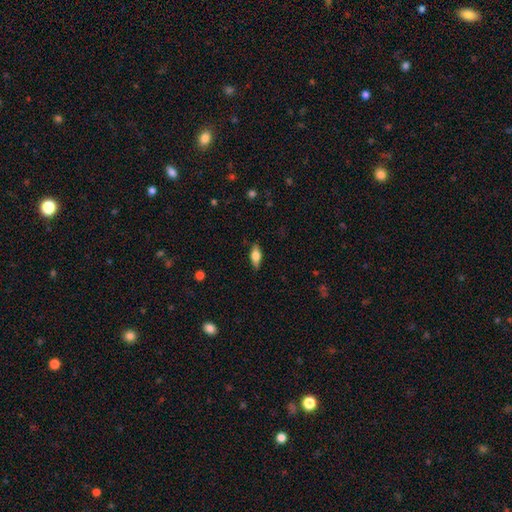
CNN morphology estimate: Smooth or featured?
  - smooth: 68% *
  - featured or disk: 25%
  - star or artifact: 7%
How rounded?
  - in between: 78% *
  - cigar-shaped: 18%
  - round: 4%
Merging?
  - none: 85% *
  - minor disturbance: 12%
  - major disturbance: 2%
  - merger: 1%